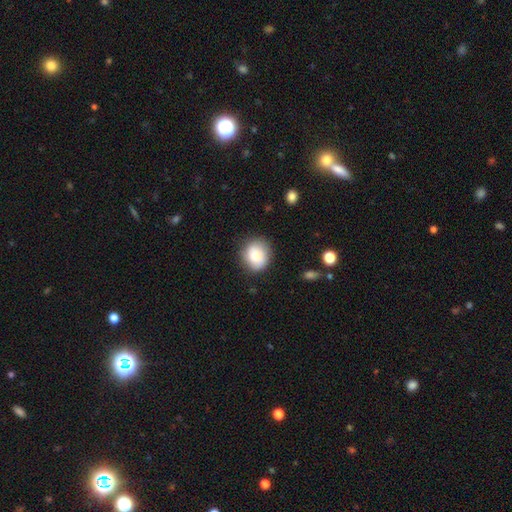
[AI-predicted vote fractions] Smooth or featured?
  - smooth: 81% *
  - featured or disk: 11%
  - star or artifact: 8%
How rounded?
  - round: 73% *
  - in between: 26%
  - cigar-shaped: 1%
Merging?
  - none: 81% *
  - minor disturbance: 14%
  - major disturbance: 4%
  - merger: 2%